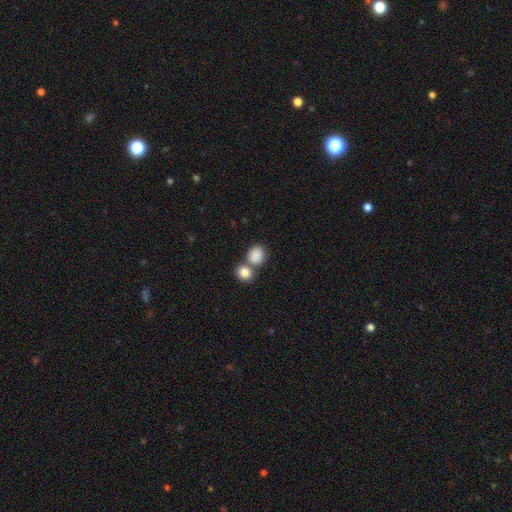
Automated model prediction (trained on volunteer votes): smooth-or-featured: smooth: 87% | star or artifact: 8% | featured or disk: 5%
  how-rounded: round: 62% | in between: 37% | cigar-shaped: 1%
  merging: none: 48% | merger: 41% | minor disturbance: 8% | major disturbance: 3%